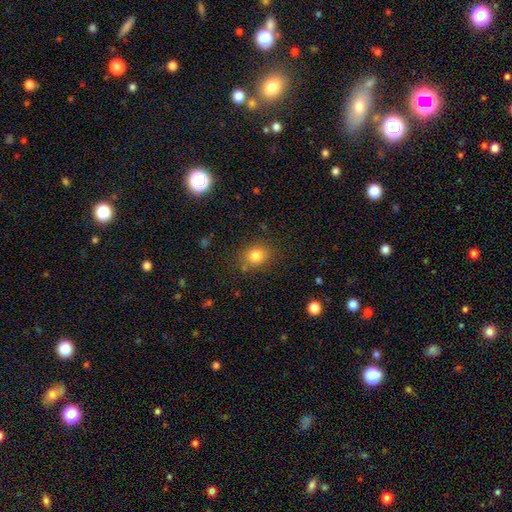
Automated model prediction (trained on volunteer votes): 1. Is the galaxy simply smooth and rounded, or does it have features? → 81% smooth, 12% star or artifact, 7% featured or disk.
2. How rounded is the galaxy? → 58% round, 41% in between, 1% cigar-shaped.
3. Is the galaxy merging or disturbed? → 79% none, 13% minor disturbance, 4% major disturbance, 3% merger.